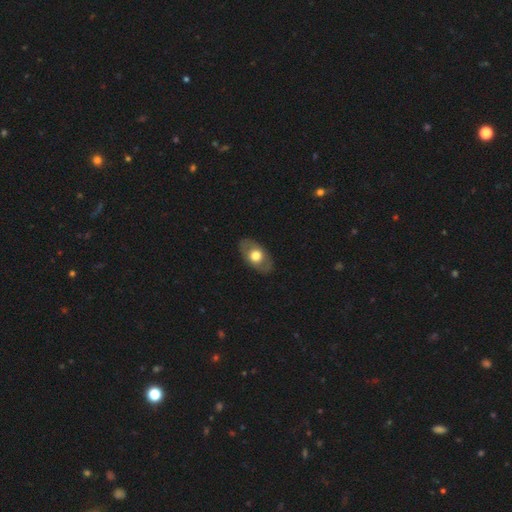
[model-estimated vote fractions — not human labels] This appears to be a smooth galaxy with no disk features (58%) that is in between round and cigar-shaped (88%). Merging: none (85%).